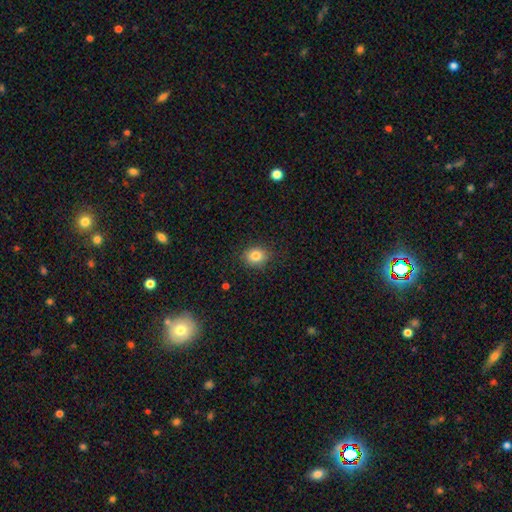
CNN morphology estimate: Smooth or featured? smooth (82%)
How rounded? round (64%)
Merging? none (87%)